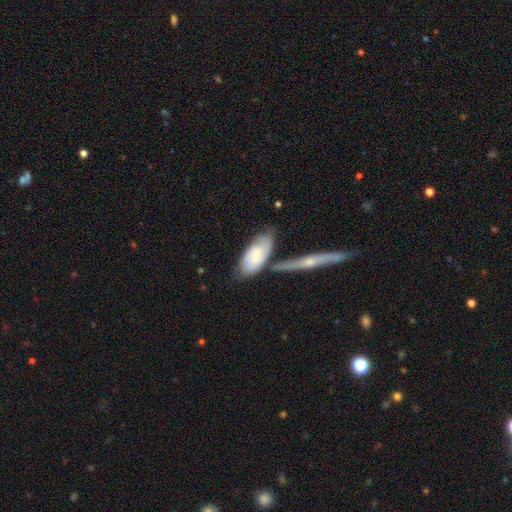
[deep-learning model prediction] Smooth or featured? Predicted: featured or disk (p=0.47, tied with smooth). Merging? Predicted: none (p=0.53).